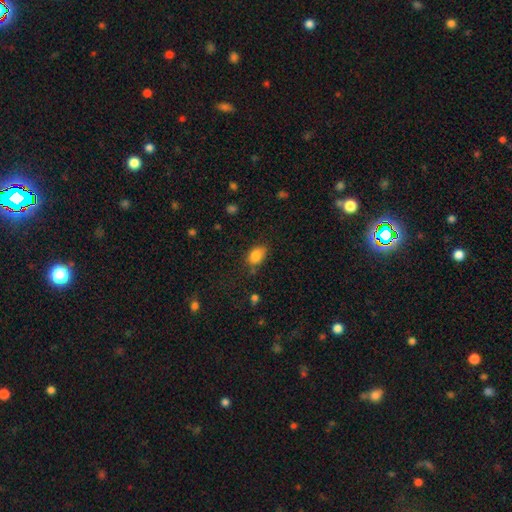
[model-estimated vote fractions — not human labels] This appears to be a smooth galaxy with no disk features (85%) that is in between round and cigar-shaped (79%). Merging: none (71%).